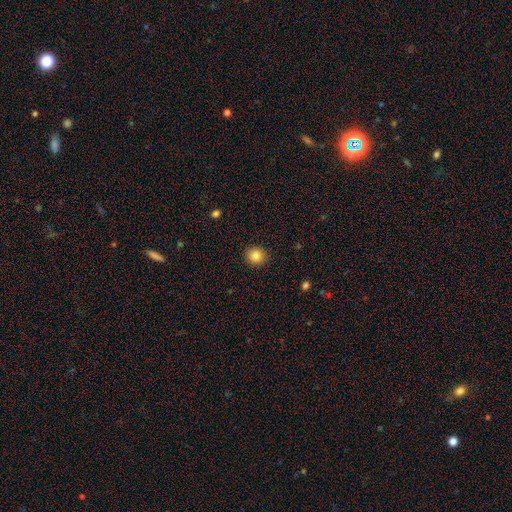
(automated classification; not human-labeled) A smooth galaxy with no disk features (84%) that is round (89%).

Vote fractions:
- Smooth or featured? smooth: 84% / star or artifact: 10% / featured or disk: 6%
- How rounded? round: 89% / in between: 11% / cigar-shaped: 1%
- Merging? none: 91% / minor disturbance: 6% / major disturbance: 2% / merger: 1%